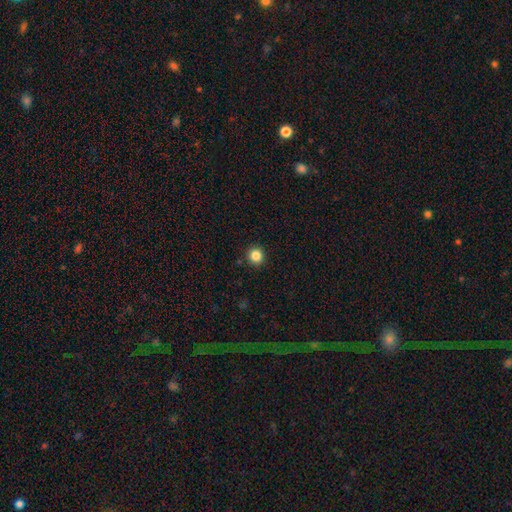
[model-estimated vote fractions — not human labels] Smooth or featured?
  - smooth: 84% *
  - star or artifact: 12%
  - featured or disk: 4%
How rounded?
  - round: 94% *
  - in between: 5%
  - cigar-shaped: 1%
Merging?
  - none: 92% *
  - minor disturbance: 5%
  - major disturbance: 2%
  - merger: 1%